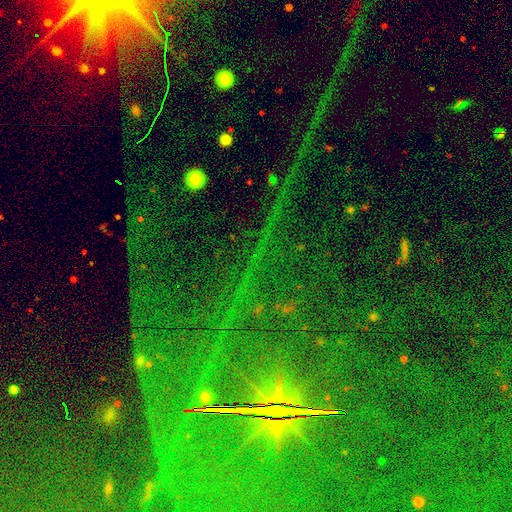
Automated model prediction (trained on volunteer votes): The model was most divided on "smooth or featured": star or artifact: 76%, smooth: 13%, featured or disk: 11%.